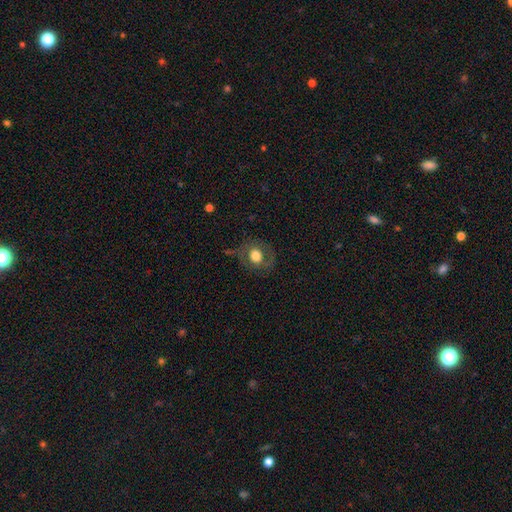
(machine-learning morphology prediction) A smooth galaxy with no disk features (60%) that is round (67%). Merging: none (69%).